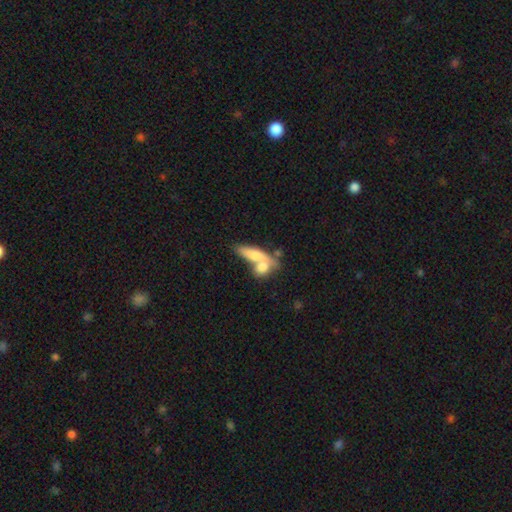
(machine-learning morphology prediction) smooth_or_featured: smooth (p=0.66) [alt: featured or disk p=0.27]
how_rounded: in between (p=0.50) [alt: cigar-shaped p=0.42]
merging: merger (p=0.54) [alt: none p=0.31]